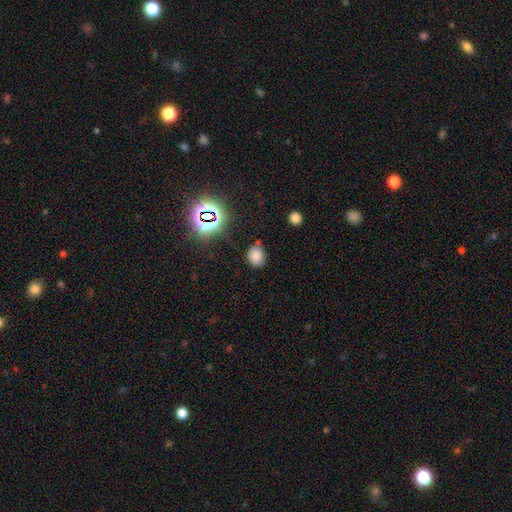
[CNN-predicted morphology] The model was most divided on "how rounded": in between: 50%, round: 49%, cigar-shaped: 1%. More confident: smooth or featured — smooth (75%); merging — none (74%).